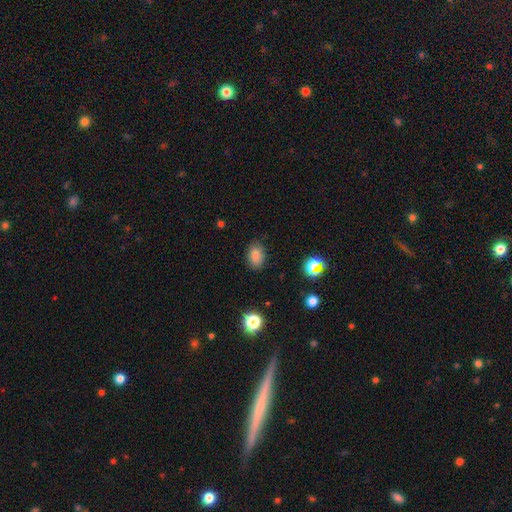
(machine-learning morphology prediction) Smooth or featured: smooth — 84% (star or artifact — 12%)
How rounded: in between — 80% (round — 19%)
Merging: none — 84% (minor disturbance — 11%)